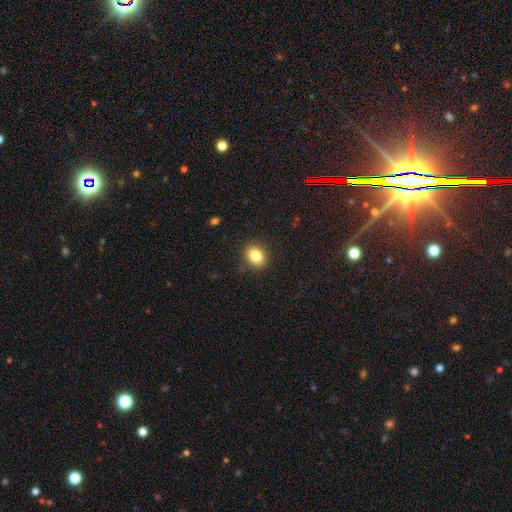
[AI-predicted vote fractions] A smooth galaxy with no disk features (84%) that is in between round and cigar-shaped (59%). Merging: none (88%).